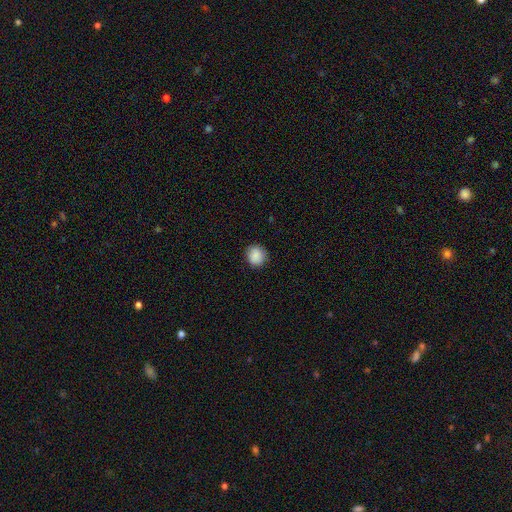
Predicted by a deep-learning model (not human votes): A smooth galaxy with no disk features (89%) that is round (86%).

Vote fractions:
- Smooth or featured? smooth: 89% / star or artifact: 8% / featured or disk: 4%
- How rounded? round: 86% / in between: 14% / cigar-shaped: 1%
- Merging? none: 88% / minor disturbance: 9% / major disturbance: 2% / merger: 1%